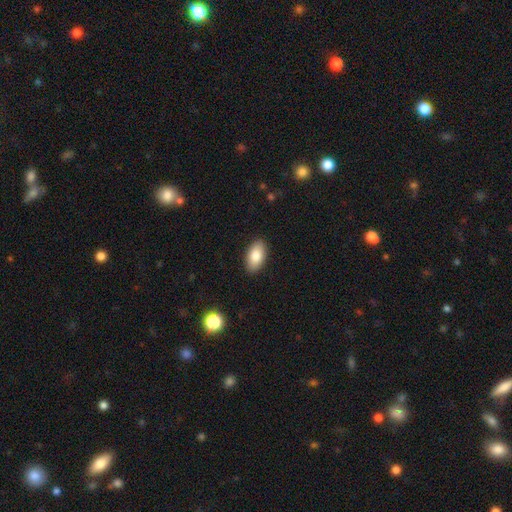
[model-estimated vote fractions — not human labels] Morphology: type=smooth (84%); roundness=in between (94%); merging=none (89%).